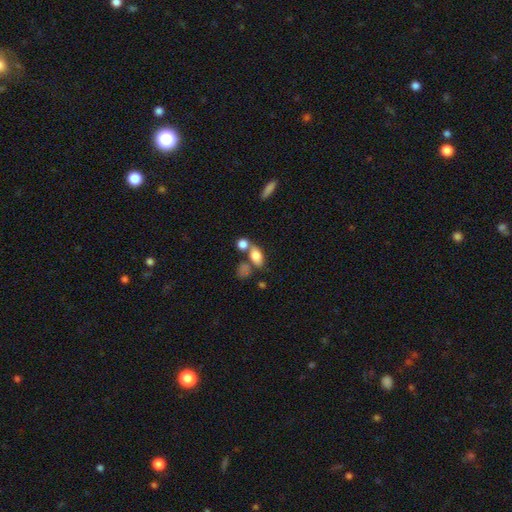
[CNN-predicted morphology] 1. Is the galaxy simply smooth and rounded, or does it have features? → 77% smooth, 14% featured or disk, 10% star or artifact.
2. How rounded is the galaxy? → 80% in between, 15% round, 5% cigar-shaped.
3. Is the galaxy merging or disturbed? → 42% none, 36% merger, 14% minor disturbance, 8% major disturbance.